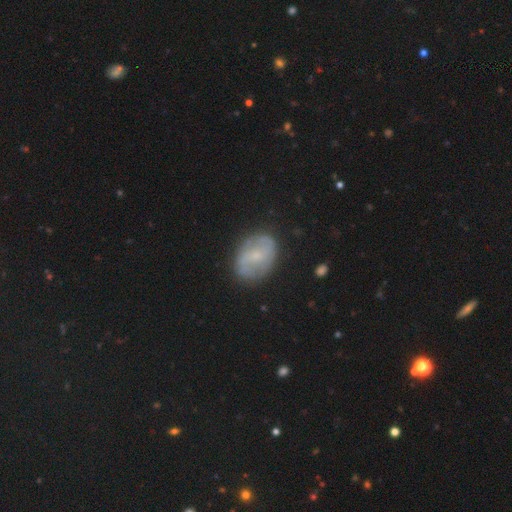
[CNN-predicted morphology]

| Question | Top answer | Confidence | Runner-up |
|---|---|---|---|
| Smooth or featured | featured or disk | 58% | smooth (35%) |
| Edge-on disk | no | 96% | yes (4%) |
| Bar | weak | 49% | no (34%) |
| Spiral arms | yes | 71% | no (29%) |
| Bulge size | small | 58% | moderate (28%) |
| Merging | none | 79% | minor disturbance (15%) |